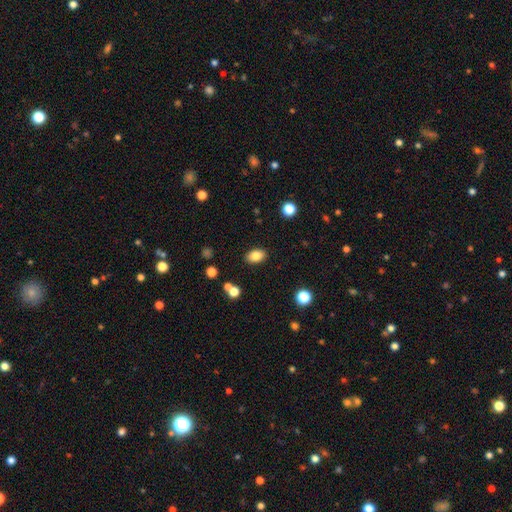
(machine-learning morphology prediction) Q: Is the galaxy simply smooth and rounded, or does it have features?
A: smooth — 83%.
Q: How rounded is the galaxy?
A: in between — 87%.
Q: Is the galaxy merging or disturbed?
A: none — 87%.